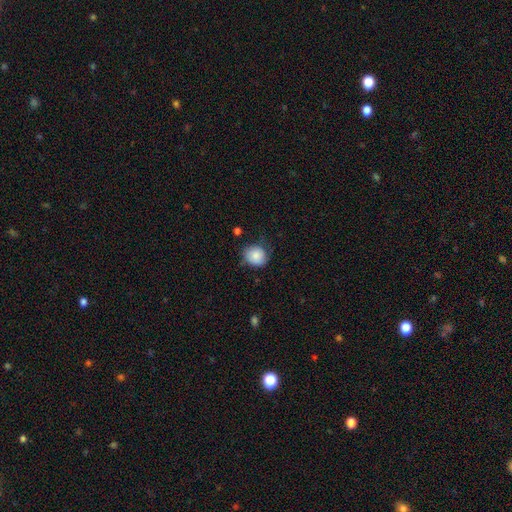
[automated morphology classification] smooth 83%, featured or disk 9%, star or artifact 8%. Down the decision tree: how rounded — round (74%); merging — none (65%).